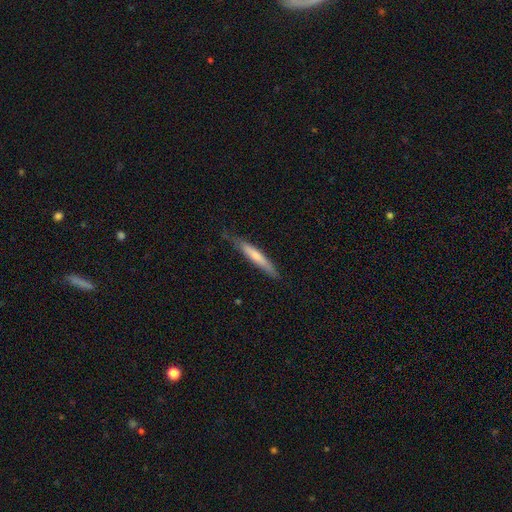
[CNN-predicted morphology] This appears to be a smooth galaxy with no disk features (63%) that is cigar-shaped (94%). Merging: none (75%).